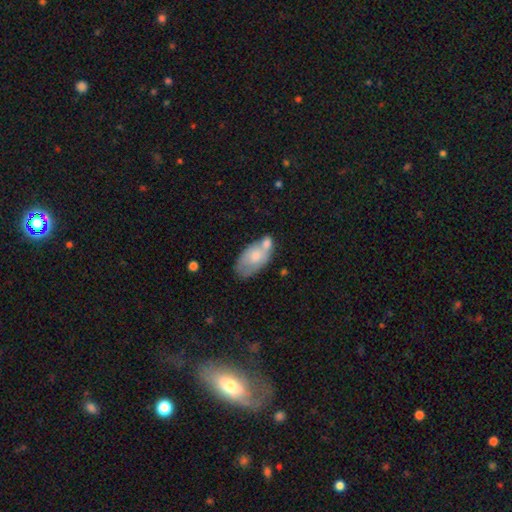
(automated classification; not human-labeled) Morphology: type=smooth (67%); roundness=in between (93%); merging=none (37%).